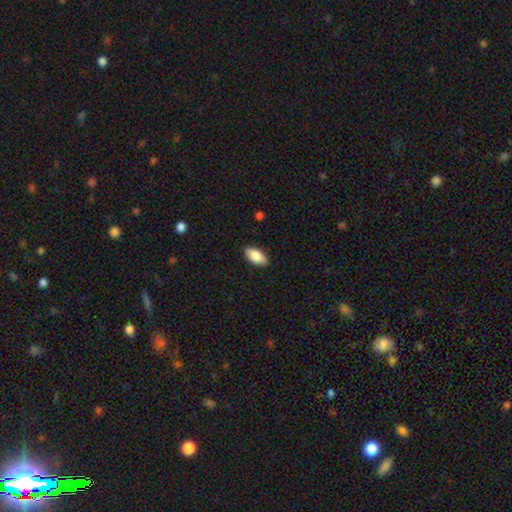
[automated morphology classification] A smooth galaxy with no disk features (84%) that is in between round and cigar-shaped (92%).

Vote fractions:
- Smooth or featured? smooth: 84% / featured or disk: 10% / star or artifact: 6%
- How rounded? in between: 92% / cigar-shaped: 5% / round: 3%
- Merging? none: 89% / minor disturbance: 8% / major disturbance: 2% / merger: 1%